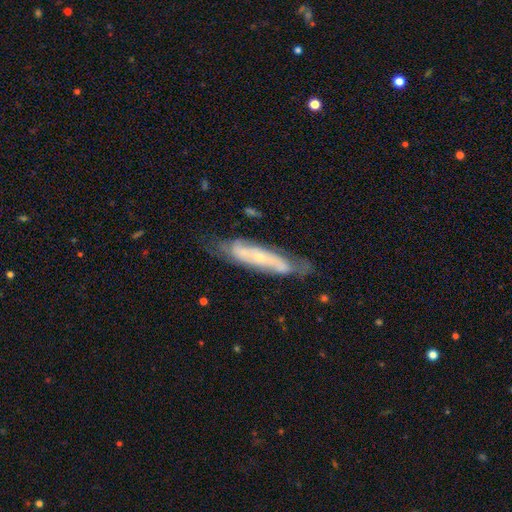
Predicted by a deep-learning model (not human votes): Smooth or featured? featured or disk (71%)
Edge-on disk? no (61%)
Merging? none (71%)